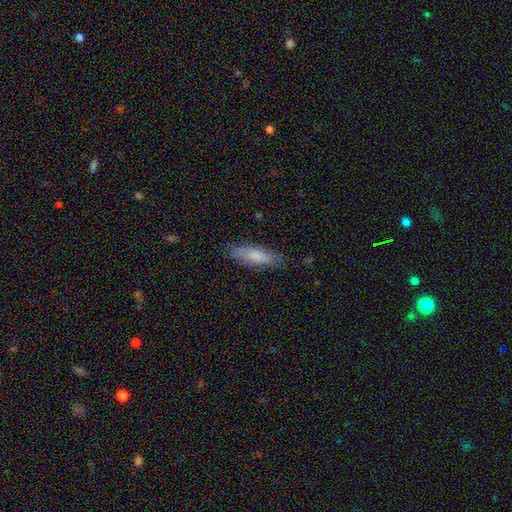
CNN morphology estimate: type=smooth (76%); roundness=cigar-shaped (57%); merging=none (80%).